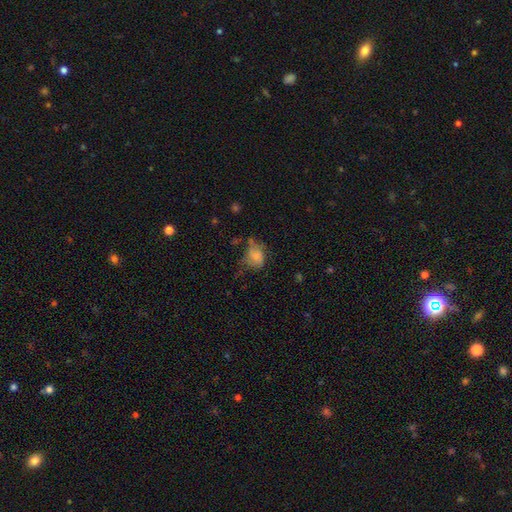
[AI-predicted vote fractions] A smooth galaxy with no disk features (64%) that is in between round and cigar-shaped (56%).

Vote fractions:
- Smooth or featured? smooth: 64% / featured or disk: 25% / star or artifact: 10%
- How rounded? in between: 56% / round: 43% / cigar-shaped: 1%
- Merging? none: 38% / minor disturbance: 32% / major disturbance: 24% / merger: 6%